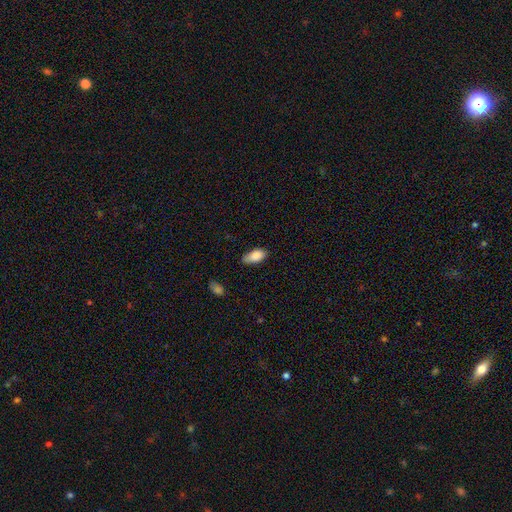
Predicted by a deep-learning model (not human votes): Smooth or featured: smooth — 86% (featured or disk — 7%)
How rounded: in between — 91% (cigar-shaped — 5%)
Merging: none — 65% (minor disturbance — 28%)